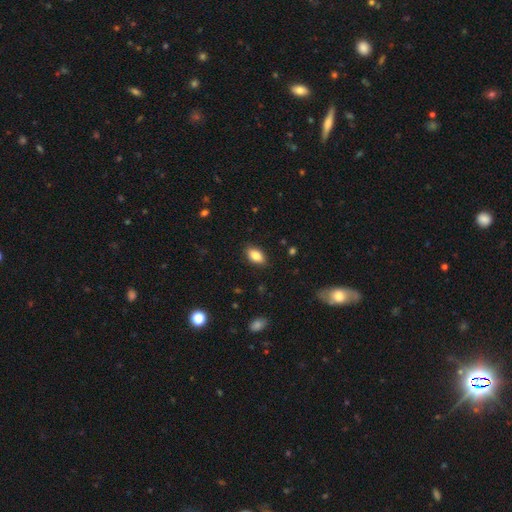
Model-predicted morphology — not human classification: Smooth or featured? smooth (85%)
How rounded? in between (91%)
Merging? none (88%)